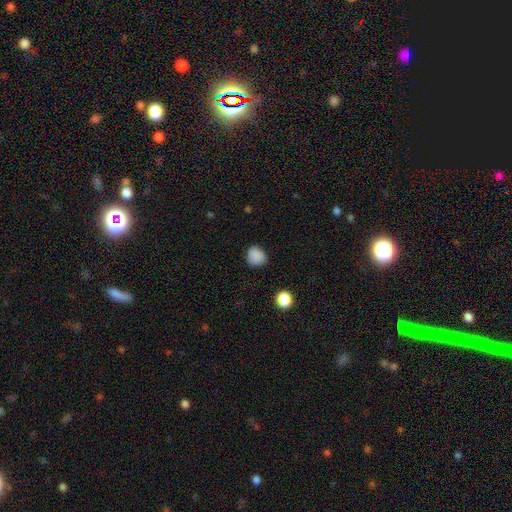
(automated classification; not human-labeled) The model was most divided on "how rounded": round: 79%, in between: 20%, cigar-shaped: 1%. More confident: smooth or featured — smooth (86%); merging — none (81%).